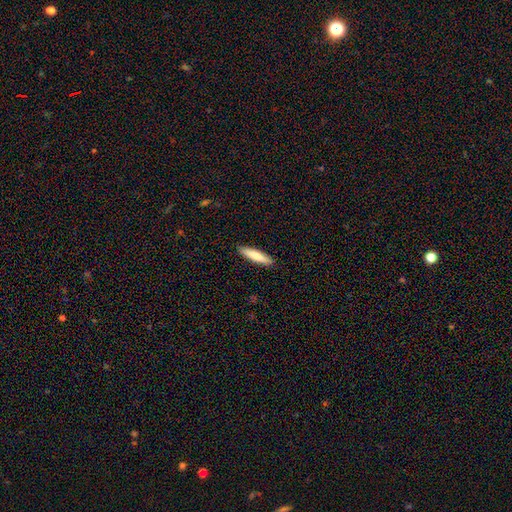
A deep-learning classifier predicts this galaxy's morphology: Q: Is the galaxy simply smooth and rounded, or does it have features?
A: smooth — 78%.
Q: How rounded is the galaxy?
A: cigar-shaped — 85%.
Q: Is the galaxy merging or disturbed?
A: none — 90%.